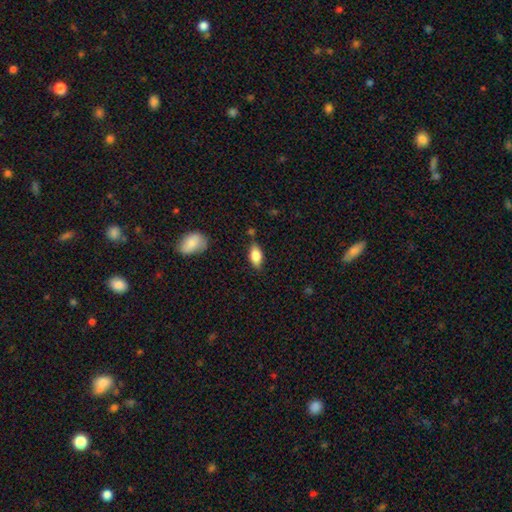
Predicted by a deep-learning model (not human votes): A smooth galaxy with no disk features (82%) that is in between round and cigar-shaped (89%).

Vote fractions:
- Smooth or featured? smooth: 82% / featured or disk: 11% / star or artifact: 7%
- How rounded? in between: 89% / cigar-shaped: 7% / round: 4%
- Merging? none: 76% / minor disturbance: 17% / major disturbance: 4% / merger: 3%